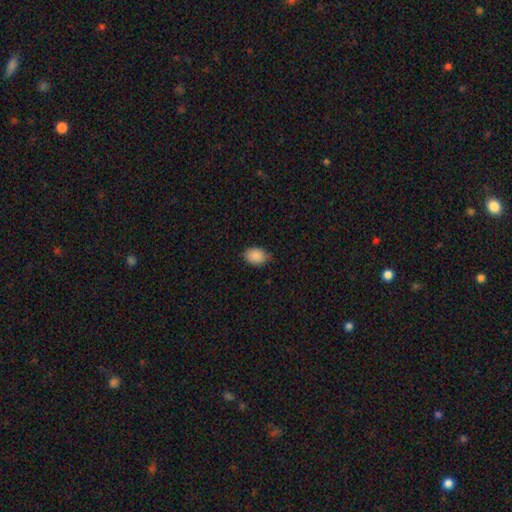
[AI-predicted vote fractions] Overall: smooth (89%). How rounded: in between (76%). Merging: none (75%).